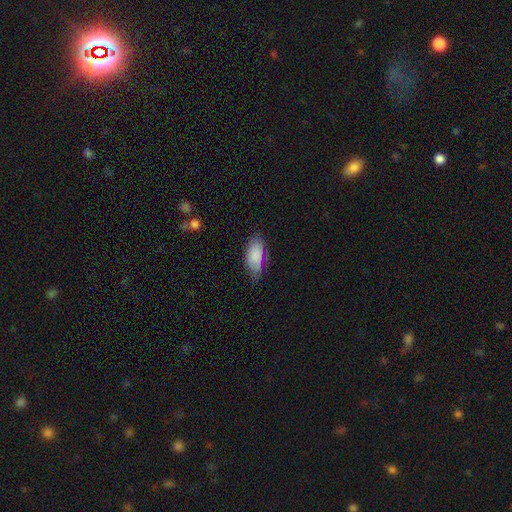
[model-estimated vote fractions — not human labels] Smooth or featured?
  - smooth: 83% *
  - featured or disk: 9%
  - star or artifact: 8%
How rounded?
  - in between: 91% *
  - cigar-shaped: 6%
  - round: 3%
Merging?
  - none: 68% *
  - minor disturbance: 25%
  - major disturbance: 5%
  - merger: 2%